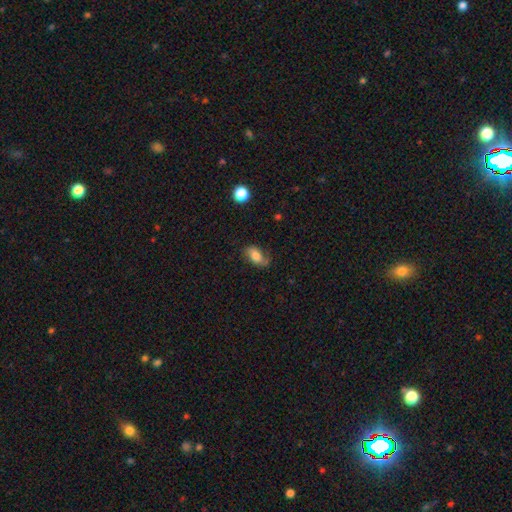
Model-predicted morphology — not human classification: Smooth or featured?
  - smooth: 69% *
  - featured or disk: 22%
  - star or artifact: 9%
How rounded?
  - in between: 89% *
  - round: 7%
  - cigar-shaped: 4%
Merging?
  - none: 61% *
  - minor disturbance: 27%
  - major disturbance: 9%
  - merger: 3%